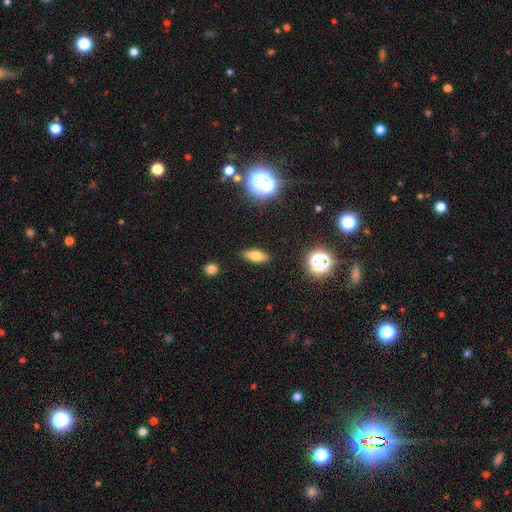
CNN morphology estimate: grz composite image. It shows a smooth galaxy with no disk features (68%) that is in between round and cigar-shaped (73%). Merging: none (86%).